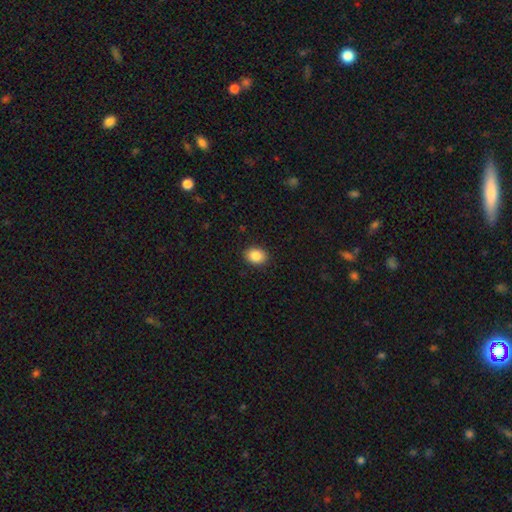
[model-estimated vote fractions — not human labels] smooth-or-featured: smooth: 88% | star or artifact: 8% | featured or disk: 4%
  how-rounded: in between: 65% | round: 34% | cigar-shaped: 1%
  merging: none: 90% | minor disturbance: 7% | major disturbance: 2% | merger: 1%